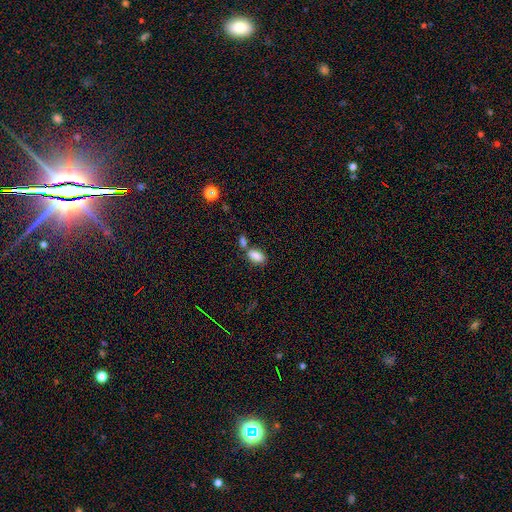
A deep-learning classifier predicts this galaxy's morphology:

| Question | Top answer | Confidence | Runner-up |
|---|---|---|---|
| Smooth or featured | smooth | 84% | star or artifact (9%) |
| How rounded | in between | 90% | round (6%) |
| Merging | none | 54% | merger (29%) |